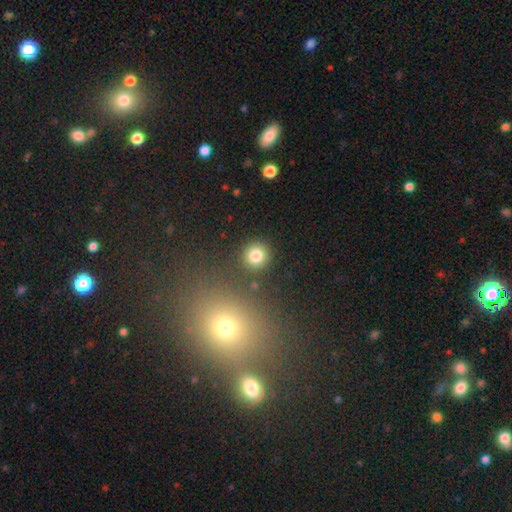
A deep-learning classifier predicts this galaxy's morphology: The model was most divided on "smooth or featured": smooth: 81%, star or artifact: 13%, featured or disk: 6%. More confident: how rounded — round (92%); merging — none (87%).